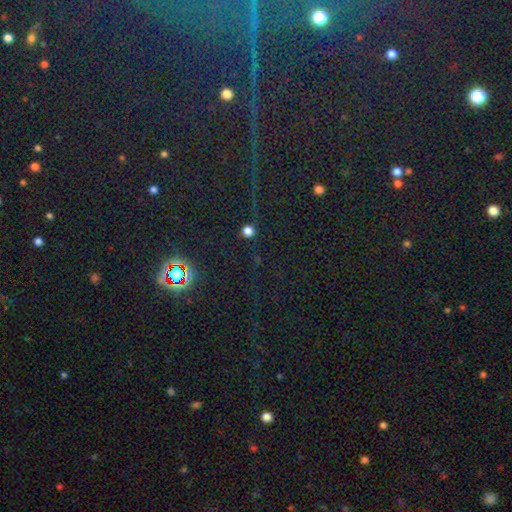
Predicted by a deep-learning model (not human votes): The model was most divided on "smooth or featured": star or artifact: 83%, smooth: 10%, featured or disk: 7%.